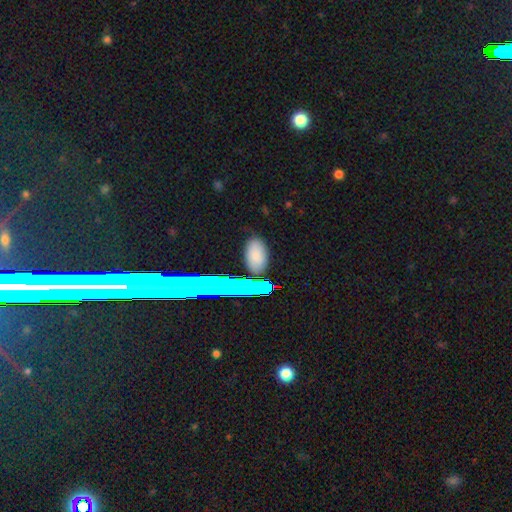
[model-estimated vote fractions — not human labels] Smooth or featured?
  - smooth: 74% *
  - star or artifact: 16%
  - featured or disk: 10%
How rounded?
  - in between: 93% *
  - round: 5%
  - cigar-shaped: 3%
Merging?
  - none: 81% *
  - minor disturbance: 13%
  - major disturbance: 3%
  - merger: 3%